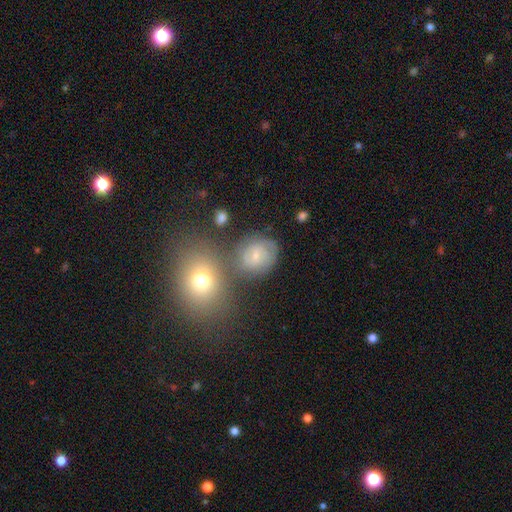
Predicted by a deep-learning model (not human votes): smooth-or-featured: featured or disk: 56% | smooth: 32% | star or artifact: 12%
  disk-edge-on: no: 97% | yes: 3%
    bar: no: 51% | weak: 42% | strong: 7%
    has-spiral-arms: yes: 86% | no: 14%
    bulge-size: small: 70% | moderate: 24% | none: 3% | large: 2% | dominant: 1%
  merging: none: 65% | minor disturbance: 17% | merger: 12% | major disturbance: 7%